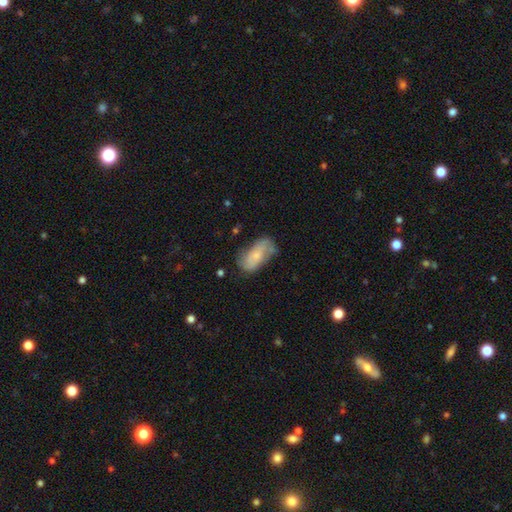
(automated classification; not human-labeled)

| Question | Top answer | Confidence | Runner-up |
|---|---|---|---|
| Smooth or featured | smooth | 56% | featured or disk (37%) |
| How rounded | in between | 88% | cigar-shaped (9%) |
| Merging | none | 56% | minor disturbance (29%) |